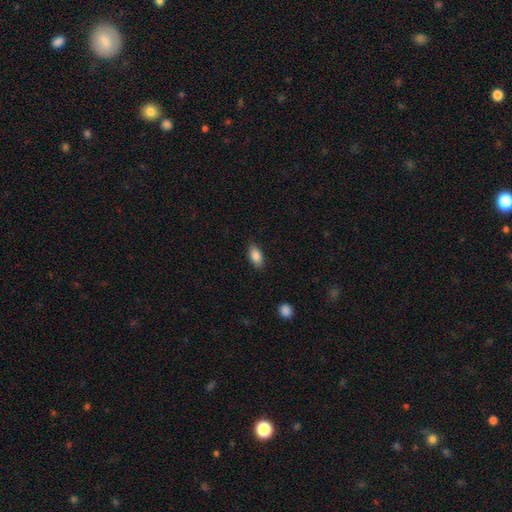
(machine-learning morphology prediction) Q: Smooth or featured?
A: smooth (87%); runner-up: star or artifact (7%)
Q: How rounded?
A: in between (91%); runner-up: cigar-shaped (5%)
Q: Merging?
A: none (85%); runner-up: minor disturbance (11%)